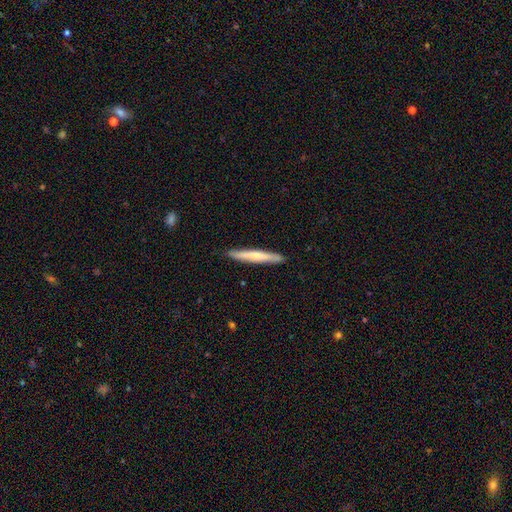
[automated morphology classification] Smooth or featured?
  - smooth: 60% *
  - featured or disk: 35%
  - star or artifact: 5%
How rounded?
  - cigar-shaped: 96% *
  - in between: 3%
  - round: 1%
Merging?
  - none: 89% *
  - minor disturbance: 8%
  - major disturbance: 1%
  - merger: 1%